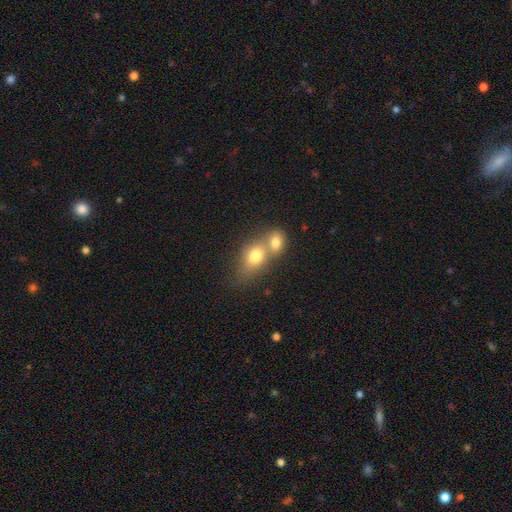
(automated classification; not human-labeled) This appears to be a smooth galaxy with no disk features (75%) that is in between round and cigar-shaped (60%). Merging: merger (68%).